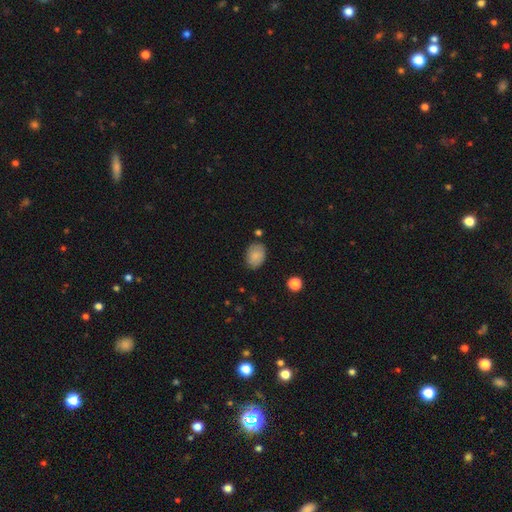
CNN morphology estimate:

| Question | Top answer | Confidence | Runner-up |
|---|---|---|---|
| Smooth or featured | smooth | 83% | featured or disk (9%) |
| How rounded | in between | 74% | round (25%) |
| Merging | none | 78% | minor disturbance (16%) |